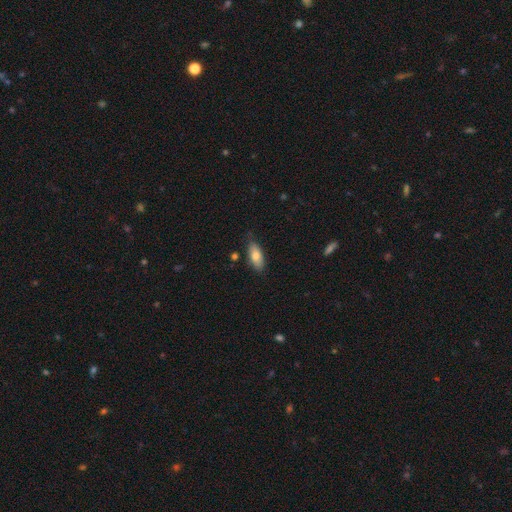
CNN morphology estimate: A smooth galaxy with no disk features (78%) that is in between round and cigar-shaped (84%). Merging: none (78%).